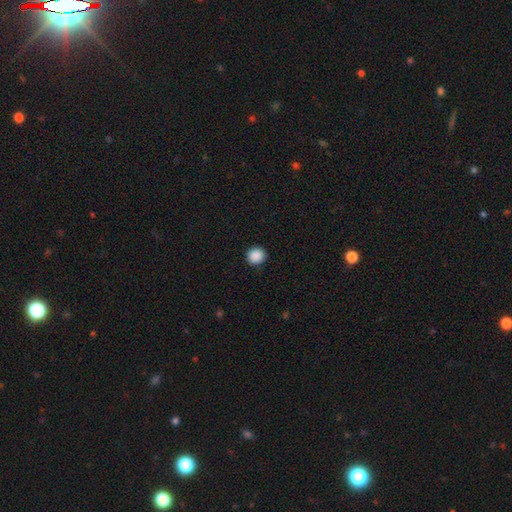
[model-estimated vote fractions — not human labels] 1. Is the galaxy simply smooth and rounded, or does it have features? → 89% smooth, 9% star or artifact, 2% featured or disk.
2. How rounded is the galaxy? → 92% round, 7% in between, 1% cigar-shaped.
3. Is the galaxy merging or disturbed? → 92% none, 5% minor disturbance, 2% major disturbance, 1% merger.